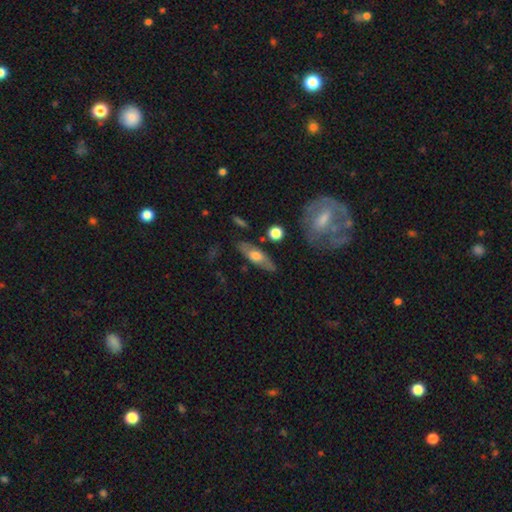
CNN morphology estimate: Smooth or featured? Predicted: smooth (p=0.51). How rounded? Predicted: in between (p=0.56). Merging? Predicted: none (p=0.78).